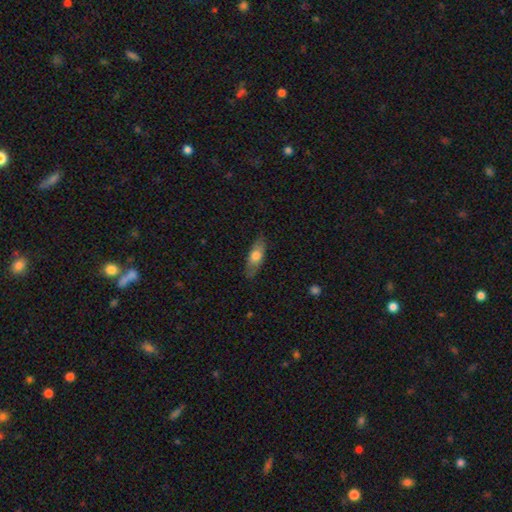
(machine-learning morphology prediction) Overall: smooth (69%). How rounded: in between (64%; cigar-shaped 33%). Merging: none (83%).